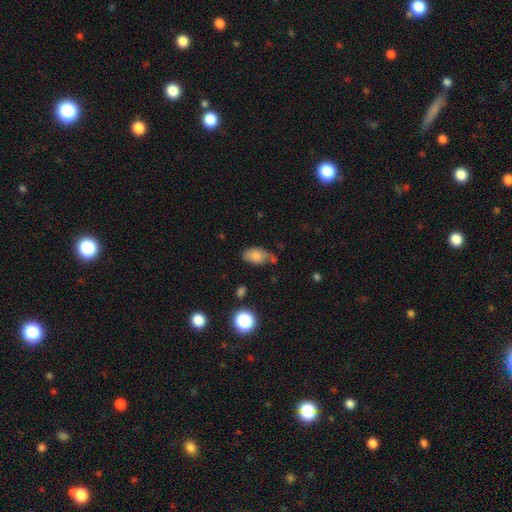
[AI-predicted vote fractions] Smooth or featured?
  - smooth: 79% *
  - featured or disk: 11%
  - star or artifact: 10%
How rounded?
  - in between: 91% *
  - round: 7%
  - cigar-shaped: 2%
Merging?
  - none: 55% *
  - minor disturbance: 28%
  - merger: 9%
  - major disturbance: 8%